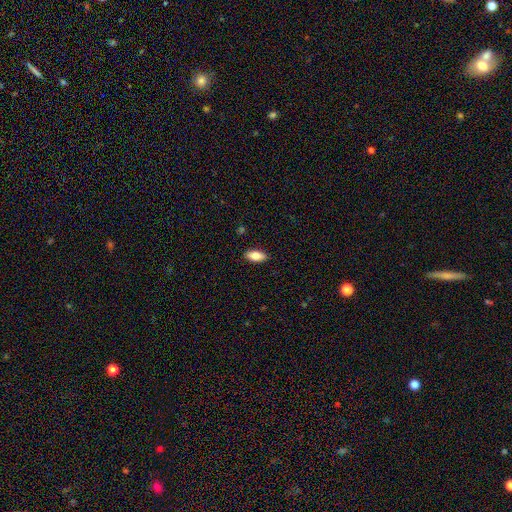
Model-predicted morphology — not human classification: Smooth or featured?
  - smooth: 78% *
  - featured or disk: 15%
  - star or artifact: 7%
How rounded?
  - in between: 88% *
  - cigar-shaped: 10%
  - round: 3%
Merging?
  - none: 89% *
  - minor disturbance: 8%
  - major disturbance: 2%
  - merger: 1%